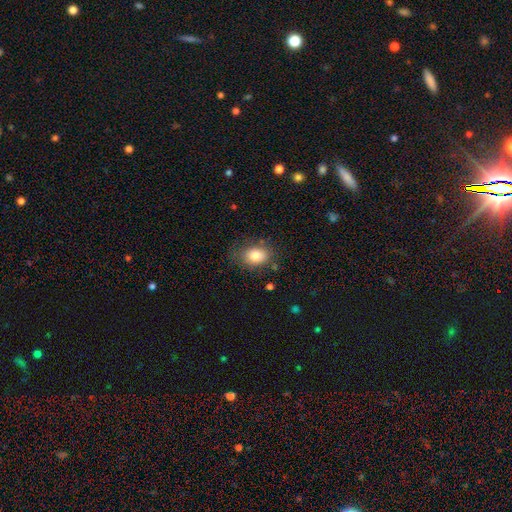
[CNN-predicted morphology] This is clearly a smooth galaxy (81%). How rounded: likely in between (71%). Merging: likely none (72%).